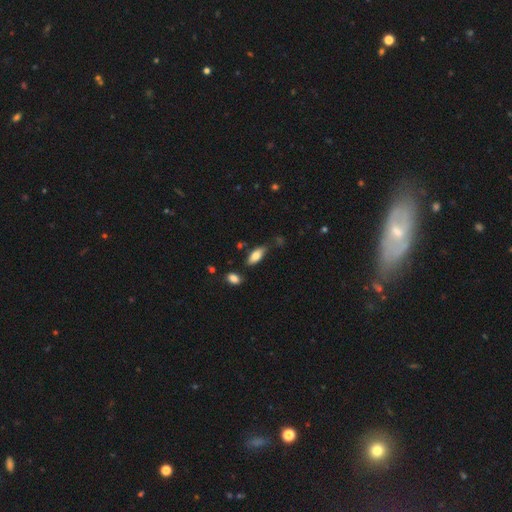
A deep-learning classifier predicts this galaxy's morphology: Q: Smooth or featured?
A: smooth (77%); runner-up: featured or disk (16%)
Q: How rounded?
A: in between (81%); runner-up: cigar-shaped (16%)
Q: Merging?
A: none (73%); runner-up: minor disturbance (18%)